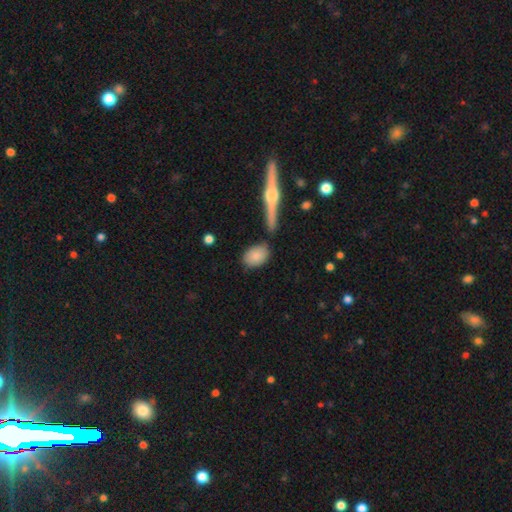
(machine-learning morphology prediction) smooth-or-featured: smooth: 82% | featured or disk: 11% | star or artifact: 6%
  how-rounded: in between: 83% | round: 13% | cigar-shaped: 3%
  merging: none: 73% | minor disturbance: 13% | merger: 10% | major disturbance: 4%